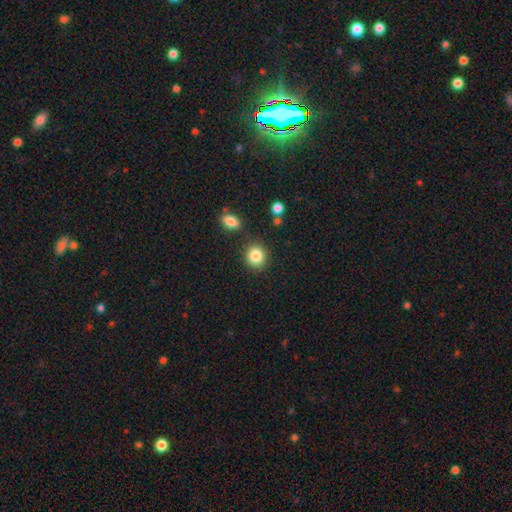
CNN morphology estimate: The model was most divided on "how rounded": round: 81%, in between: 18%, cigar-shaped: 1%. More confident: smooth or featured — smooth (85%); merging — none (82%).